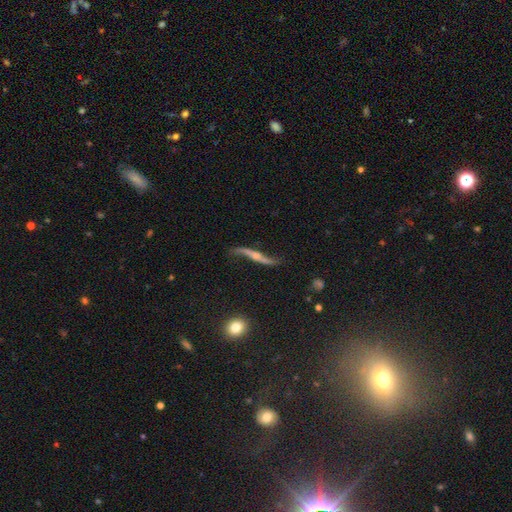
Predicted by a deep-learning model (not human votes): Overall: featured or disk (81%). Edge-on disk: no (55%; yes 45%). Merging: none (61%; minor disturbance 22%).